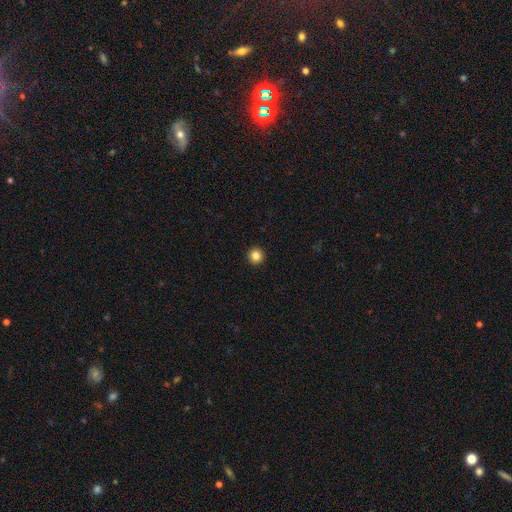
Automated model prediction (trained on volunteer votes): Smooth or featured?
  - smooth: 84% *
  - star or artifact: 11%
  - featured or disk: 5%
How rounded?
  - round: 96% *
  - in between: 3%
  - cigar-shaped: 1%
Merging?
  - none: 94% *
  - minor disturbance: 3%
  - major disturbance: 1%
  - merger: 1%